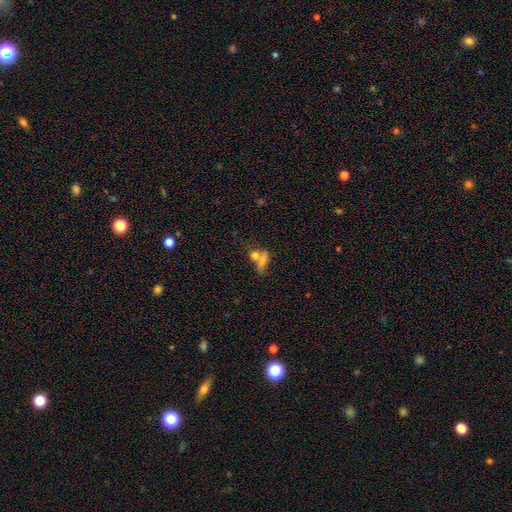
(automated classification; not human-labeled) A smooth galaxy with no disk features (67%) that is in between round and cigar-shaped (50%).

Vote fractions:
- Smooth or featured? smooth: 67% / featured or disk: 21% / star or artifact: 12%
- How rounded? in between: 50% / round: 29% / cigar-shaped: 20%
- Merging? merger: 50% / none: 33% / minor disturbance: 10% / major disturbance: 7%